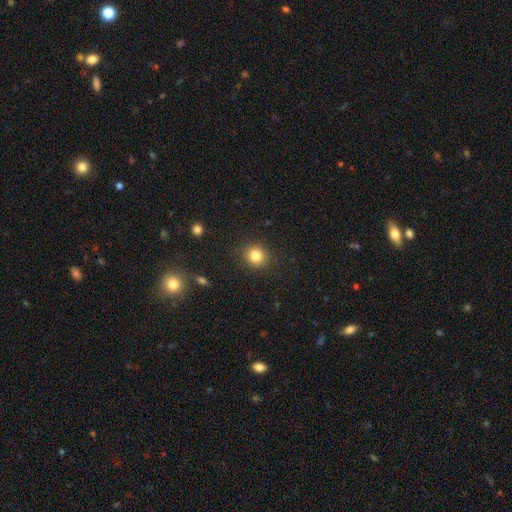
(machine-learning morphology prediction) smooth 83%, star or artifact 11%, featured or disk 6%. Down the decision tree: how rounded — round (85%); merging — none (89%).